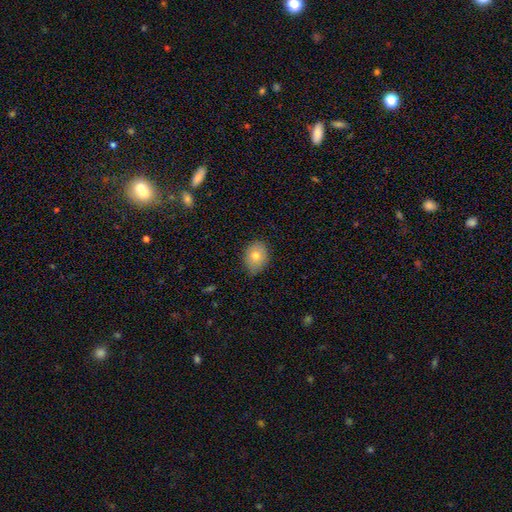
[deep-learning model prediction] Morphology: type=smooth (77%); roundness=in between (51%); merging=none (75%).